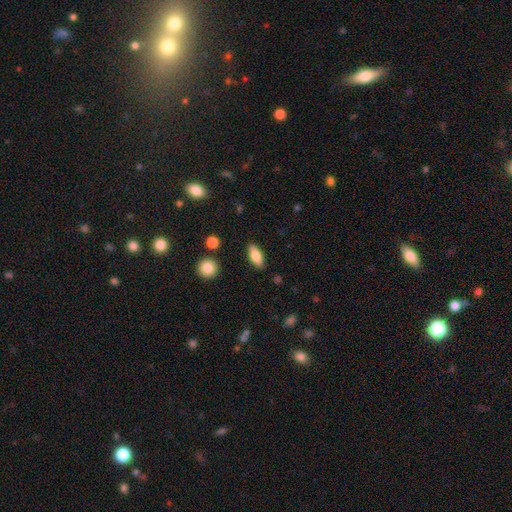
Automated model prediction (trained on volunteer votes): smooth-or-featured: smooth: 76% | featured or disk: 17% | star or artifact: 7%
  how-rounded: in between: 77% | cigar-shaped: 20% | round: 3%
  merging: none: 87% | minor disturbance: 9% | major disturbance: 2% | merger: 2%